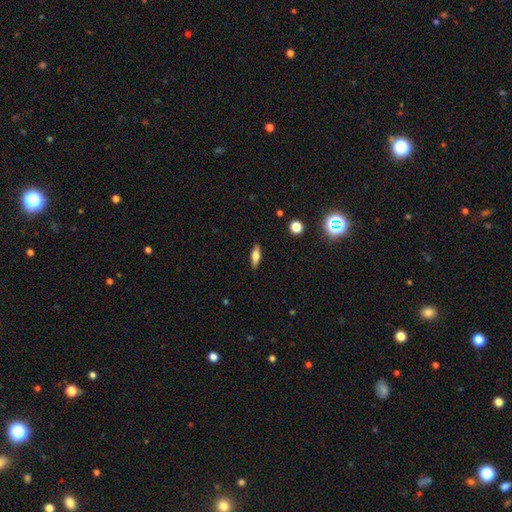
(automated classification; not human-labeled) smooth-or-featured: smooth: 60% | featured or disk: 32% | star or artifact: 8%
  how-rounded: in between: 54% | cigar-shaped: 43% | round: 3%
  merging: none: 88% | minor disturbance: 8% | major disturbance: 2% | merger: 1%